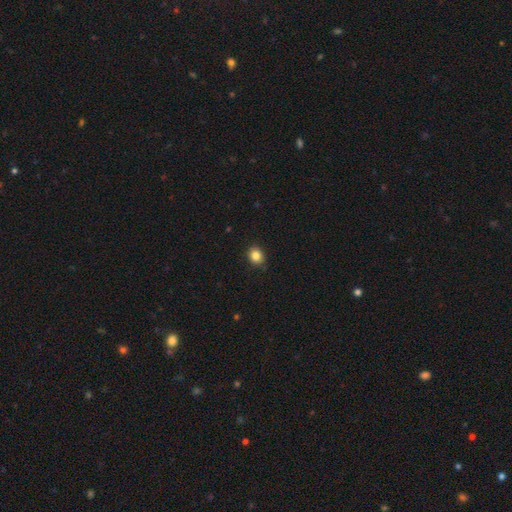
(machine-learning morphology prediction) type=smooth (85%); roundness=round (67%); merging=none (86%).